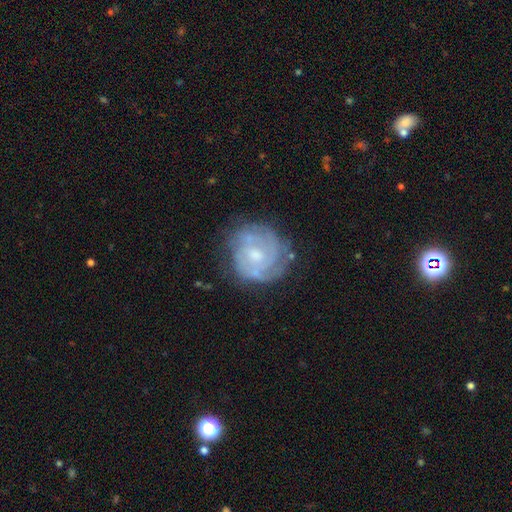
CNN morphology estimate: The model was most divided on "bulge size": moderate: 48%, small: 42%, none: 6%, large: 3%, dominant: 1%. Remaining: edge-on disk — no (98%); spiral arms — yes (84%); smooth or featured — featured or disk (75%); merging — none (70%); spiral winding — tight (64%); bar — no (64%); spiral arm count — can't tell (41%).